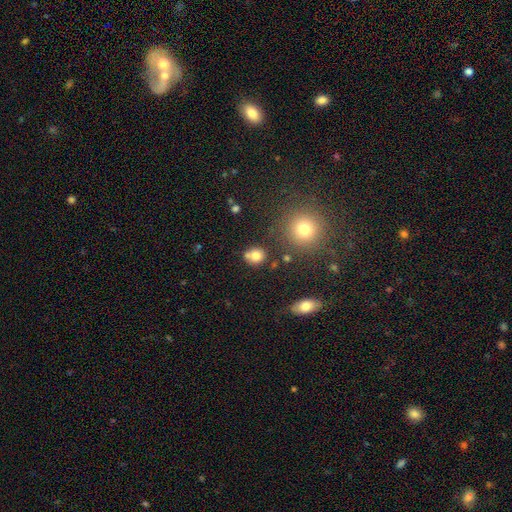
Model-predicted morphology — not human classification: type=smooth (78%); roundness=round (82%); merging=none (68%).